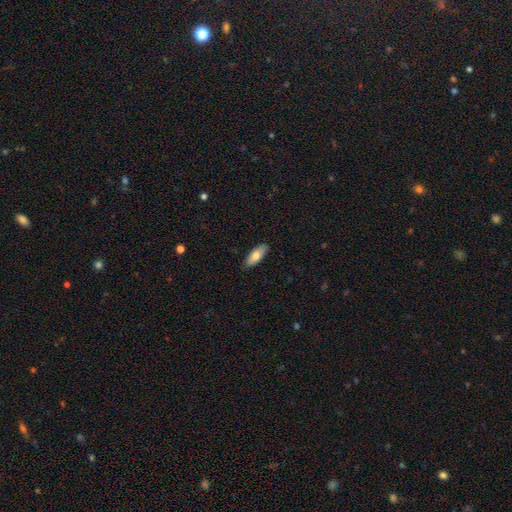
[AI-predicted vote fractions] A smooth galaxy with no disk features (75%) that is in between round and cigar-shaped (74%).

Vote fractions:
- Smooth or featured? smooth: 75% / featured or disk: 19% / star or artifact: 6%
- How rounded? in between: 74% / cigar-shaped: 24% / round: 2%
- Merging? none: 87% / minor disturbance: 11% / major disturbance: 2% / merger: 1%